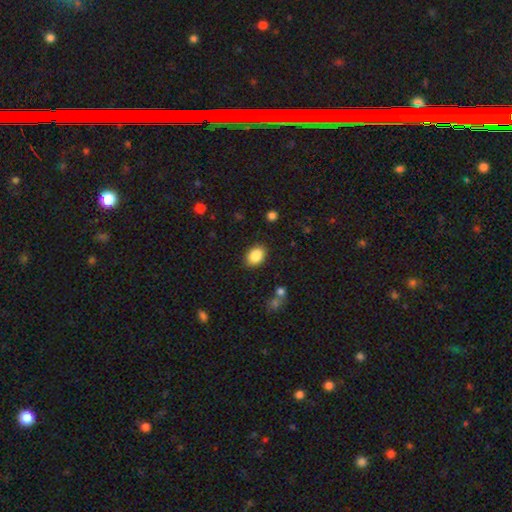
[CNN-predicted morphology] Smooth or featured?
  - smooth: 87% *
  - star or artifact: 8%
  - featured or disk: 6%
How rounded?
  - in between: 76% *
  - round: 23%
  - cigar-shaped: 1%
Merging?
  - none: 86% *
  - minor disturbance: 10%
  - major disturbance: 2%
  - merger: 1%